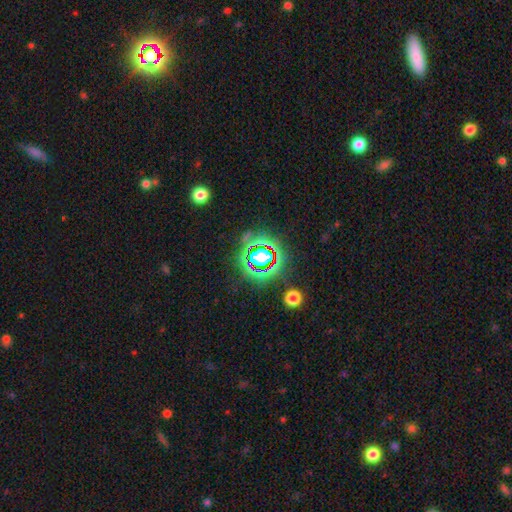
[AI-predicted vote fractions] This appears to be a star or artifact, not a galaxy (78%).